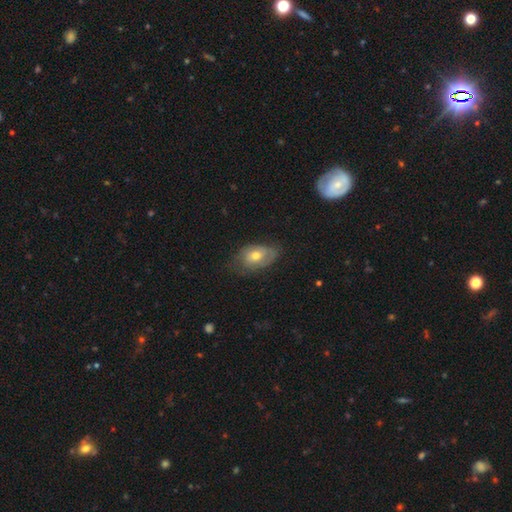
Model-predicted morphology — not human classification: Smooth or featured: smooth — 53% (featured or disk — 40%)
How rounded: in between — 86% (round — 12%)
Merging: none — 57% (minor disturbance — 31%)